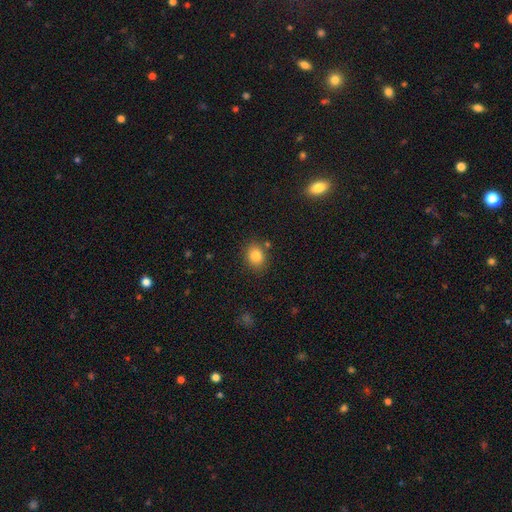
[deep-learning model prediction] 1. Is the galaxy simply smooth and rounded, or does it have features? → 83% smooth, 11% star or artifact, 7% featured or disk.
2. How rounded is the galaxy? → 58% round, 41% in between, 1% cigar-shaped.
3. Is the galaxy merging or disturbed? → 83% none, 10% minor disturbance, 4% merger, 3% major disturbance.